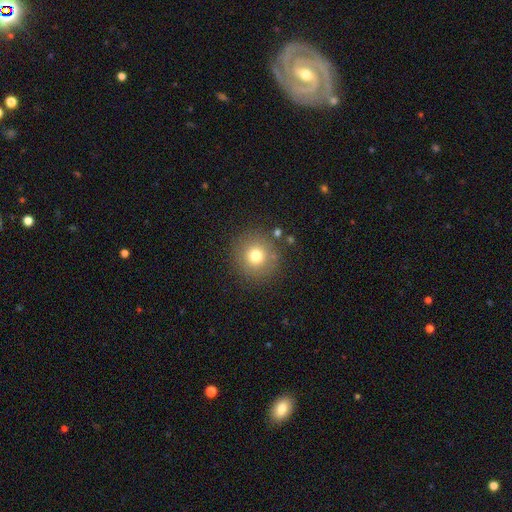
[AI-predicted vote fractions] Smooth or featured? Predicted: smooth (p=0.75). How rounded? Predicted: round (p=0.94). Merging? Predicted: none (p=0.86).